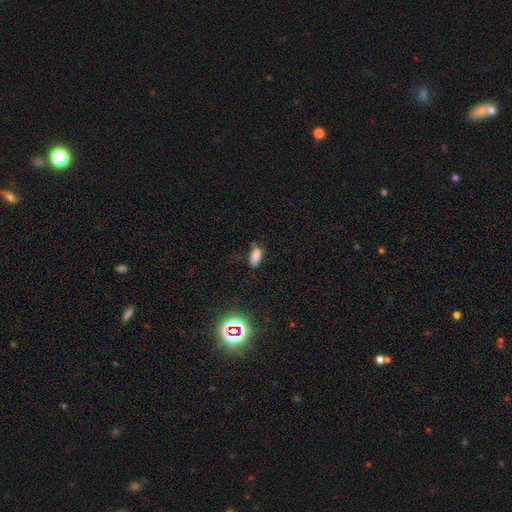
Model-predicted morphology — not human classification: Smooth or featured?
  - smooth: 80% *
  - star or artifact: 15%
  - featured or disk: 5%
How rounded?
  - in between: 87% *
  - cigar-shaped: 9%
  - round: 4%
Merging?
  - none: 64% *
  - minor disturbance: 25%
  - major disturbance: 7%
  - merger: 4%